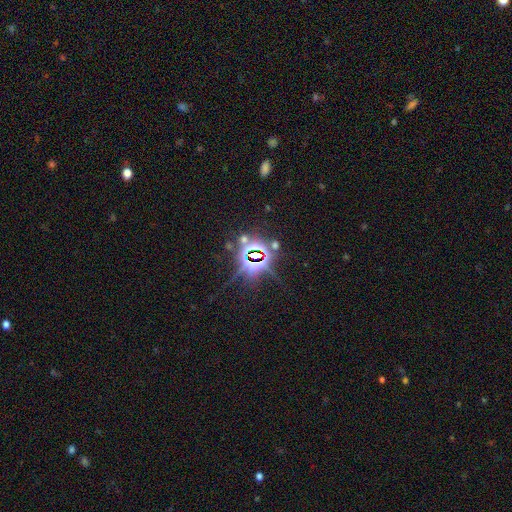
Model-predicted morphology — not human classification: smooth-or-featured: star or artifact: 84% | smooth: 8% | featured or disk: 8%